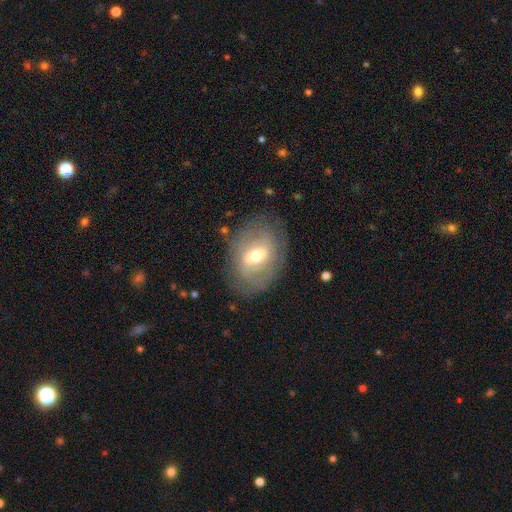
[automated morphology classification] Smooth or featured? Predicted: featured or disk (p=0.65). Edge-on disk? Predicted: no (p=0.93). Bar? Predicted: weak (p=0.50). Spiral arms? Predicted: yes (p=0.58). Bulge size? Predicted: moderate (p=0.66). Merging? Predicted: none (p=0.75).